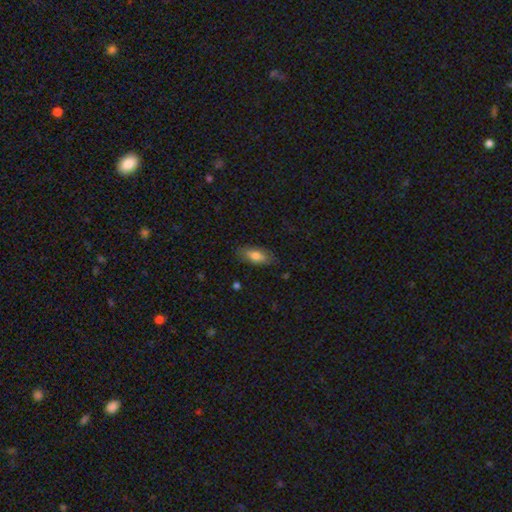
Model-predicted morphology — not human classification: smooth-or-featured: smooth: 74% | featured or disk: 19% | star or artifact: 7%
  how-rounded: in between: 81% | cigar-shaped: 17% | round: 3%
  merging: none: 81% | minor disturbance: 15% | major disturbance: 3% | merger: 1%